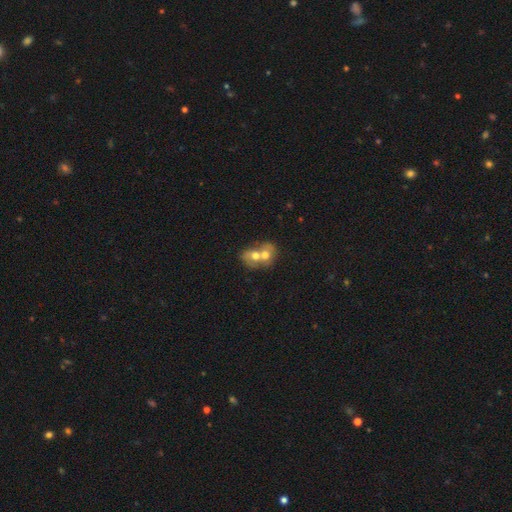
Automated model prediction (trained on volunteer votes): Morphology: type=smooth (56%); roundness=round (51%); merging=merger (77%).